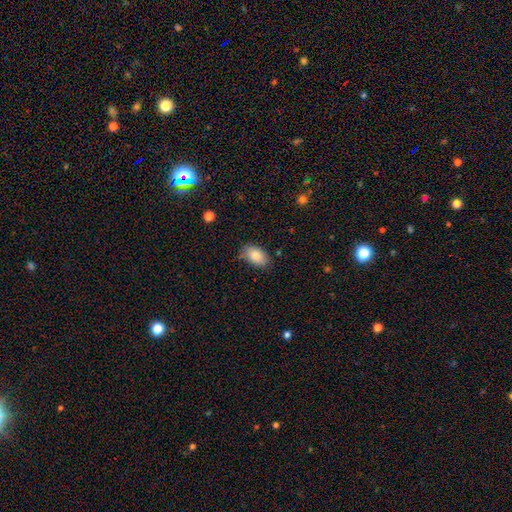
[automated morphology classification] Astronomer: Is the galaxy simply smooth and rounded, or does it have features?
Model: smooth — 86%.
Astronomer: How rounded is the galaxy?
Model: in between — 91%.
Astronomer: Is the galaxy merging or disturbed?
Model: none — 75%.